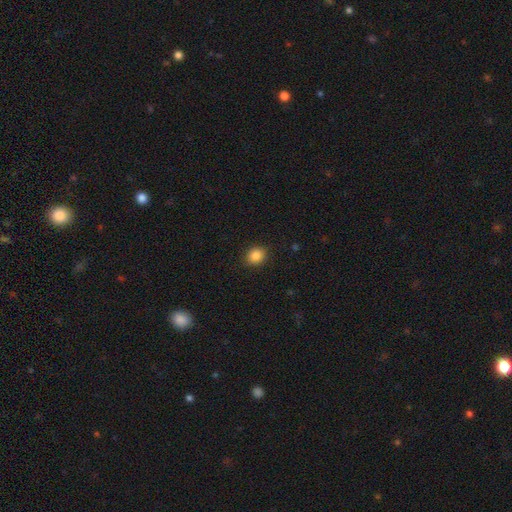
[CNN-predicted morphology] A smooth galaxy with no disk features (87%) that is round (76%).

Vote fractions:
- Smooth or featured? smooth: 87% / star or artifact: 10% / featured or disk: 3%
- How rounded? round: 76% / in between: 23% / cigar-shaped: 1%
- Merging? none: 90% / minor disturbance: 7% / major disturbance: 2% / merger: 1%